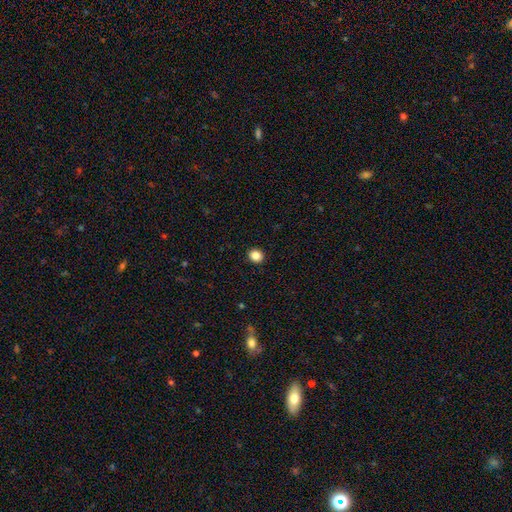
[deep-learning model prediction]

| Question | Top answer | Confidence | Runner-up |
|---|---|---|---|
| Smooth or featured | smooth | 86% | star or artifact (10%) |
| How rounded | round | 82% | in between (17%) |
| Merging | none | 93% | minor disturbance (5%) |